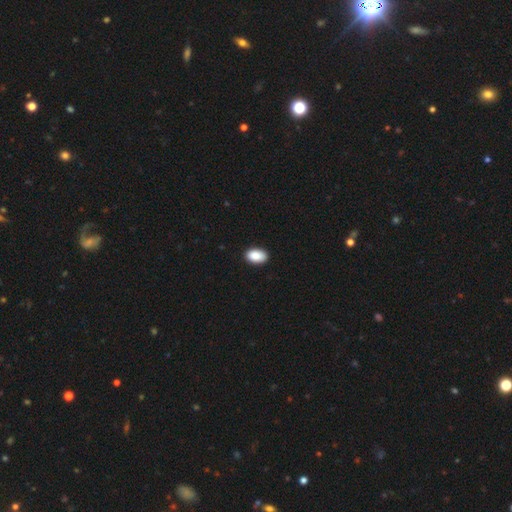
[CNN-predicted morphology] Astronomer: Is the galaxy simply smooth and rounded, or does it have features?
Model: smooth — 90%.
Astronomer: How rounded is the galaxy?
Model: in between — 93%.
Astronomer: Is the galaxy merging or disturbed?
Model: none — 90%.